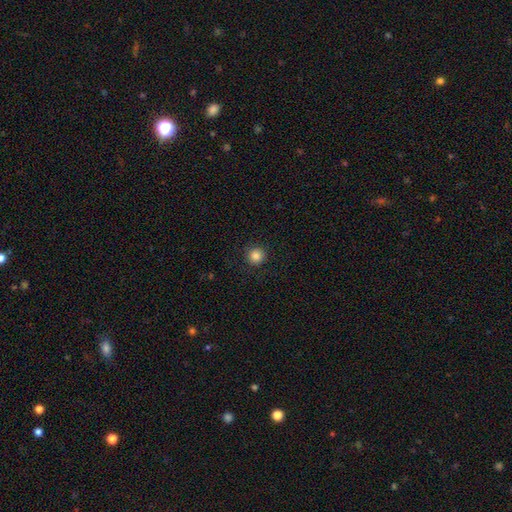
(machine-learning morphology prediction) This is clearly a smooth galaxy (85%). How rounded: clearly round (95%). Merging: clearly none (91%).